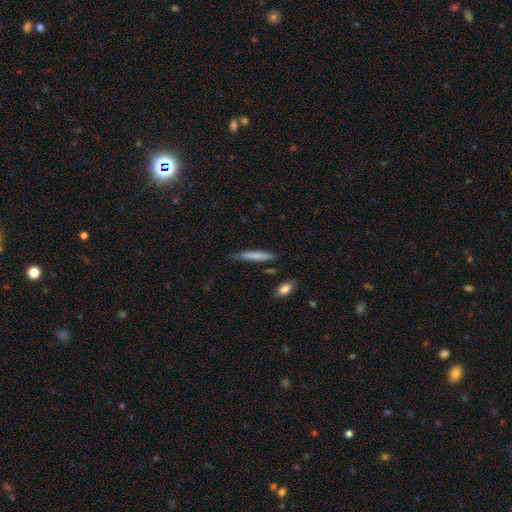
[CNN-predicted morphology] Smooth or featured? smooth (75%)
How rounded? cigar-shaped (93%)
Merging? none (80%)